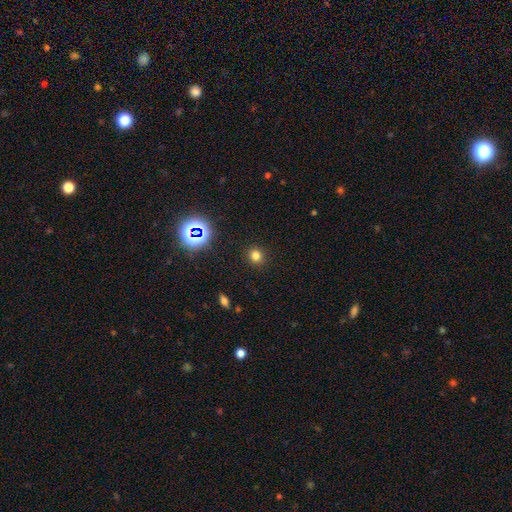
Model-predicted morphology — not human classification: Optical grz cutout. It shows a smooth galaxy with no disk features (75%) that is round (86%). Merging: none (91%).